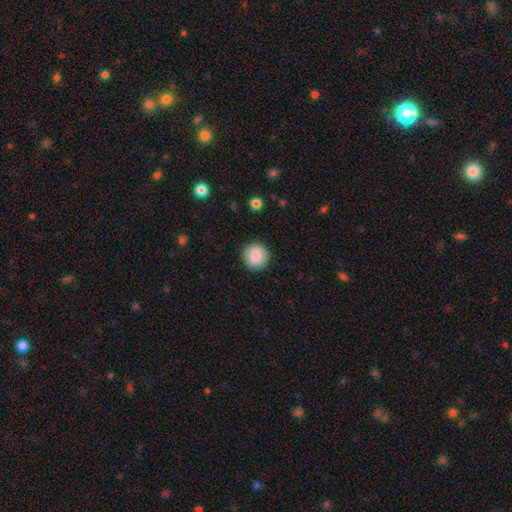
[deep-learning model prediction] Smooth or featured? Predicted: smooth (p=0.83). How rounded? Predicted: round (p=0.92). Merging? Predicted: none (p=0.89).